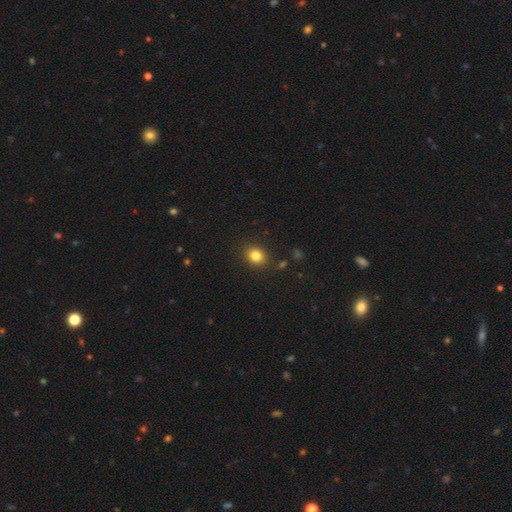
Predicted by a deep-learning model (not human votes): smooth 83%, star or artifact 11%, featured or disk 6%. Down the decision tree: how rounded — round (54%); merging — none (88%).